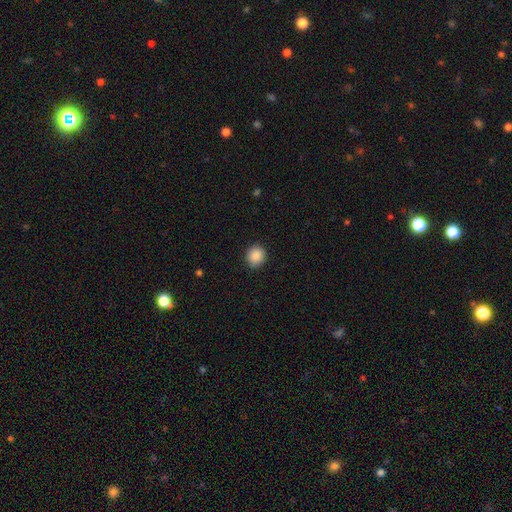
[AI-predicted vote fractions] A smooth galaxy with no disk features (88%) that is round (85%).

Vote fractions:
- Smooth or featured? smooth: 88% / star or artifact: 9% / featured or disk: 3%
- How rounded? round: 85% / in between: 14% / cigar-shaped: 1%
- Merging? none: 90% / minor disturbance: 7% / major disturbance: 2% / merger: 1%